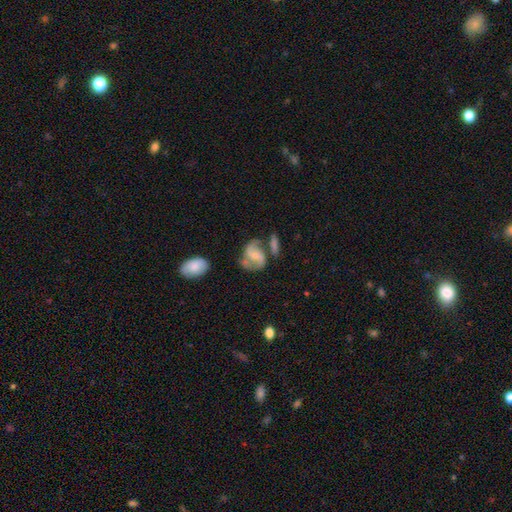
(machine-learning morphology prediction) smooth_or_featured: featured or disk (p=0.78) [alt: smooth p=0.16]
disk_edge_on: no (p=0.97) [alt: yes p=0.03]
bar: no (p=0.45) [alt: weak p=0.37]
has_spiral_arms: yes (p=0.93) [alt: no p=0.07]
spiral_winding: medium (p=0.50) [alt: loose p=0.34]
spiral_arm_count: 2 (p=0.88) [alt: can't tell p=0.05]
bulge_size: small (p=0.58) [alt: moderate p=0.31]
merging: none (p=0.47) [alt: minor disturbance p=0.21]